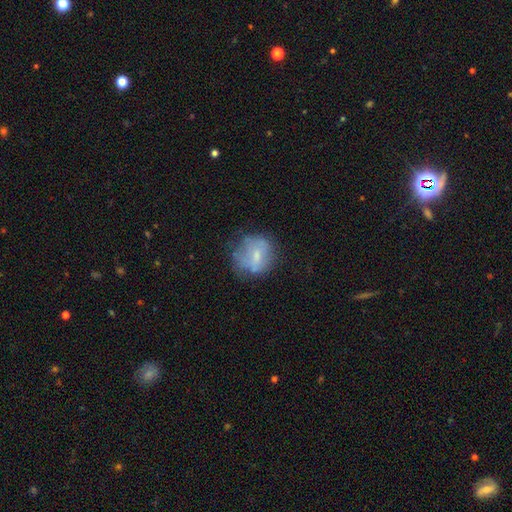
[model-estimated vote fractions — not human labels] Q: Smooth or featured?
A: smooth (52%); runner-up: featured or disk (38%)
Q: How rounded?
A: round (76%); runner-up: in between (23%)
Q: Merging?
A: none (57%); runner-up: minor disturbance (26%)